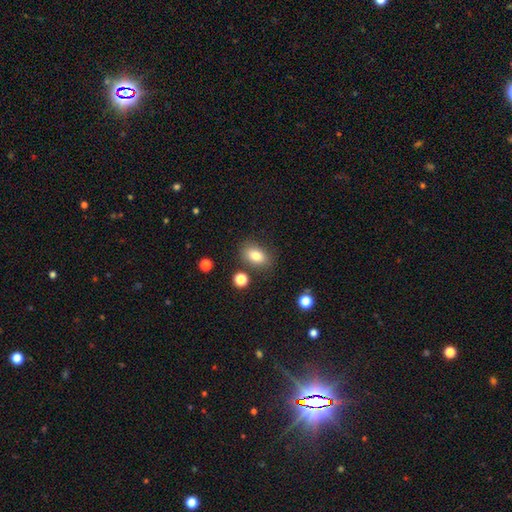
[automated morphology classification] type=smooth (81%); roundness=in between (84%); merging=none (78%).